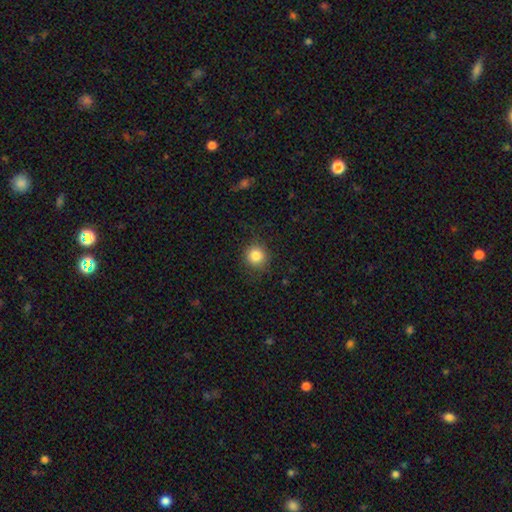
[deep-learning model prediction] Smooth or featured? smooth (84%)
How rounded? round (93%)
Merging? none (87%)